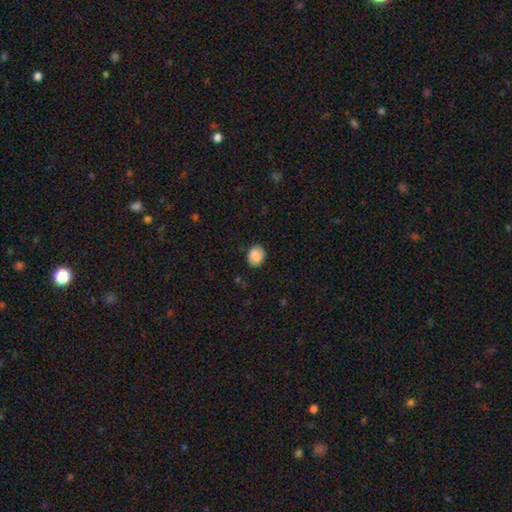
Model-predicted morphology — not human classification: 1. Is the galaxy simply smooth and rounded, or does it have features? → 77% smooth, 15% featured or disk, 8% star or artifact.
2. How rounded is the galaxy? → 56% round, 43% in between, 1% cigar-shaped.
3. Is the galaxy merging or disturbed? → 83% none, 13% minor disturbance, 3% major disturbance, 1% merger.